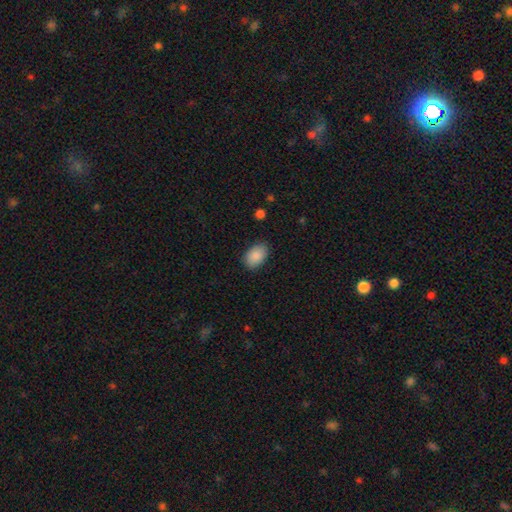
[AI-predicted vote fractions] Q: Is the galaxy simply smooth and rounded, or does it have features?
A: smooth — 88%.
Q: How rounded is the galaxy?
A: in between — 90%.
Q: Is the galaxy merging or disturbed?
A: none — 84%.